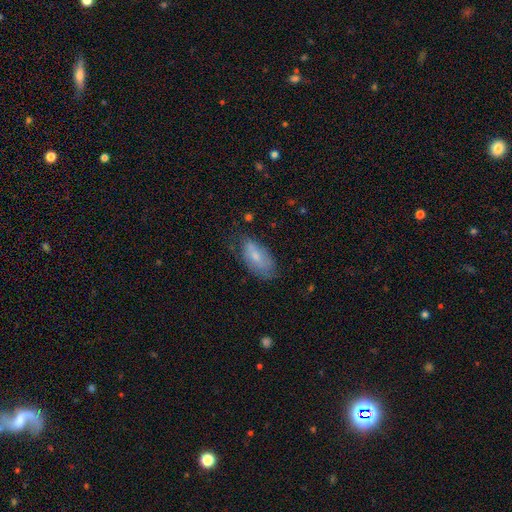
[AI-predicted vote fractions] Smooth or featured: smooth — 65% (featured or disk — 28%)
How rounded: in between — 90% (cigar-shaped — 6%)
Merging: none — 59% (minor disturbance — 30%)